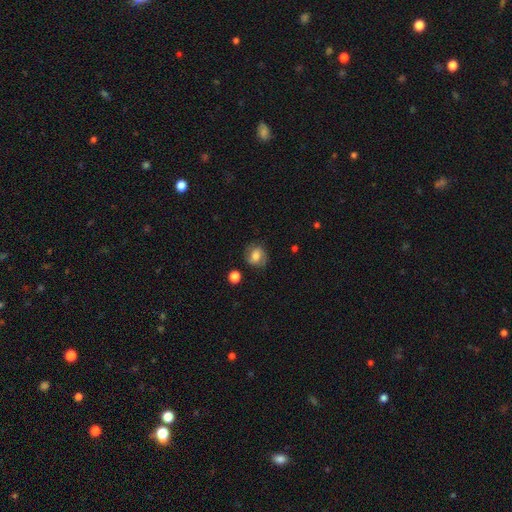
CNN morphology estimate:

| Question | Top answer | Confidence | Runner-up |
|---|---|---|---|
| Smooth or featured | smooth | 57% | featured or disk (34%) |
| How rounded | round | 65% | in between (34%) |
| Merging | none | 72% | minor disturbance (19%) |